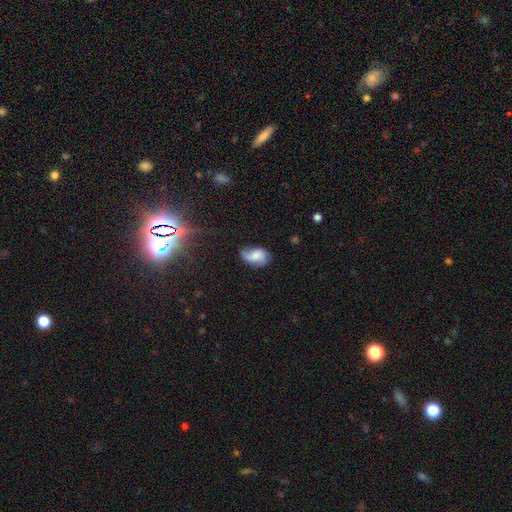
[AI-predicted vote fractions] A smooth galaxy with no disk features (49%).

Vote fractions:
- Smooth or featured? smooth: 49% / featured or disk: 42% / star or artifact: 9%
- Merging? none: 57% / minor disturbance: 30% / major disturbance: 10% / merger: 2%